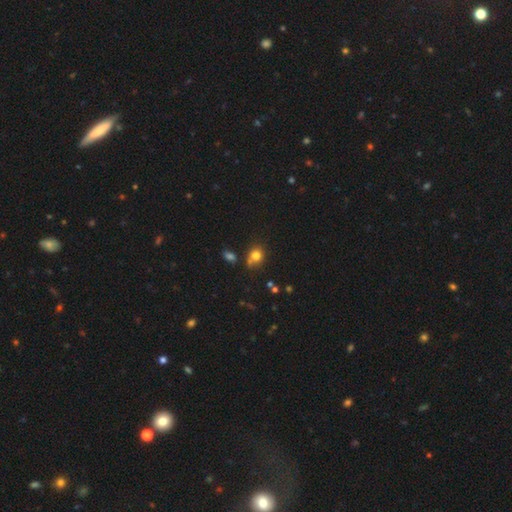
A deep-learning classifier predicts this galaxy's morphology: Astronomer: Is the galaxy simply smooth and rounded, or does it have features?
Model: smooth — 79%.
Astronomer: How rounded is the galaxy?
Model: round — 66%.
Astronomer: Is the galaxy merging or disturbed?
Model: none — 58%.